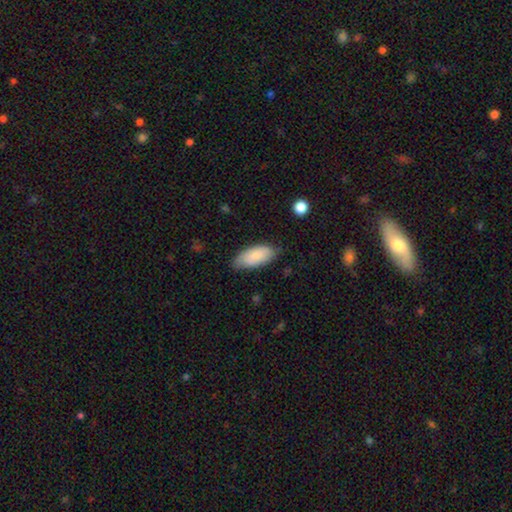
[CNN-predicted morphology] Overall: smooth (80%). How rounded: in between (89%). Merging: none (71%).